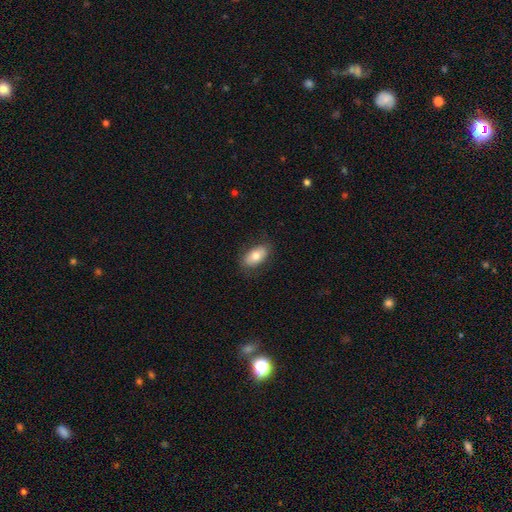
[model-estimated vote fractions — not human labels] Smooth or featured: smooth — 75% (featured or disk — 18%)
How rounded: in between — 92% (round — 6%)
Merging: none — 81% (minor disturbance — 14%)